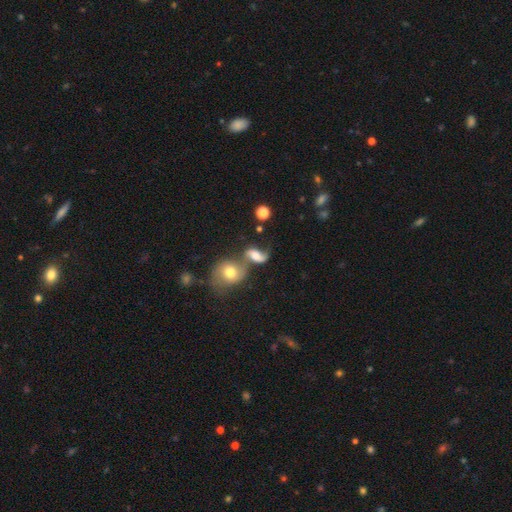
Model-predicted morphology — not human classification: smooth_or_featured: featured or disk (p=0.46) [alt: smooth p=0.42]
merging: merger (p=0.46) [alt: none p=0.27]